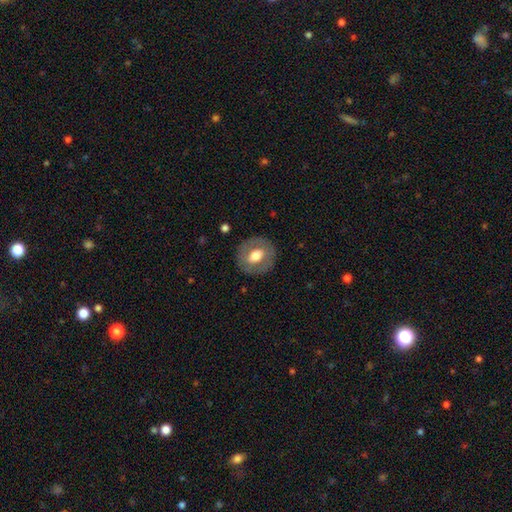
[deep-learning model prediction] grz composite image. It shows a smooth galaxy with no disk features (56%) that is round (71%). Merging: none (84%).